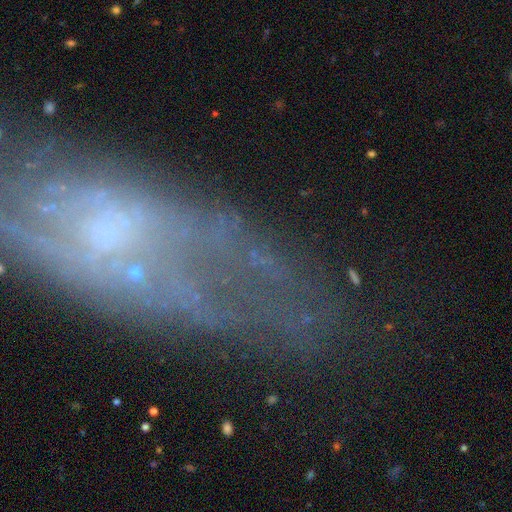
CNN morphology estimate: A featured or disk galaxy (60%).

Vote fractions:
- Smooth or featured? featured or disk: 60% / smooth: 23% / star or artifact: 17%
- Edge-on disk? no: 77% / yes: 23%
- Merging? none: 66% / minor disturbance: 19% / major disturbance: 11% / merger: 4%